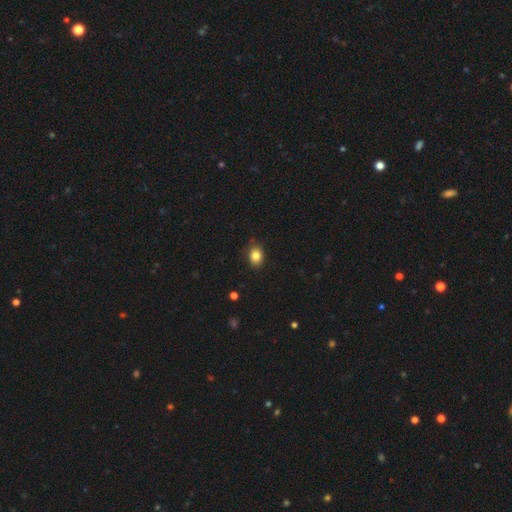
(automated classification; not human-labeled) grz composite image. It shows a smooth galaxy with no disk features (84%) that is in between round and cigar-shaped (54%). Merging: none (84%).